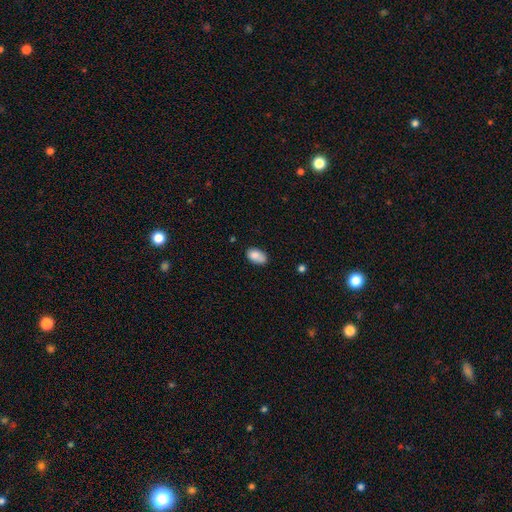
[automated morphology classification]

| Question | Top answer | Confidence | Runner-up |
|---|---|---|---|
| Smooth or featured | smooth | 83% | featured or disk (9%) |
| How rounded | in between | 92% | round (7%) |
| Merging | none | 68% | minor disturbance (23%) |